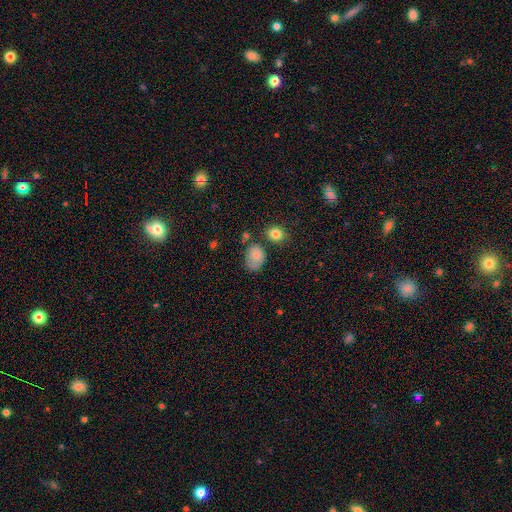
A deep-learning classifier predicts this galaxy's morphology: Smooth or featured? Predicted: smooth (p=0.82). How rounded? Predicted: in between (p=0.71). Merging? Predicted: none (p=0.51).